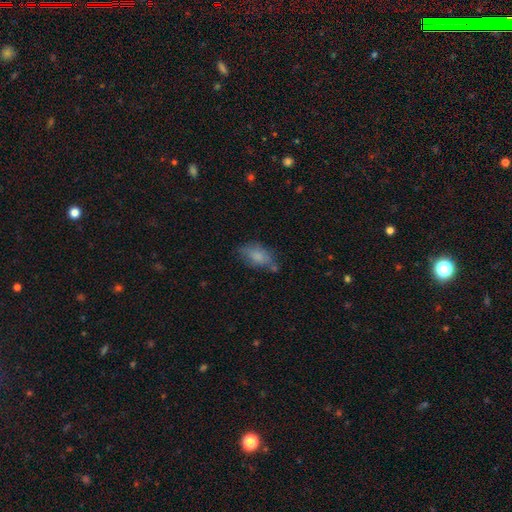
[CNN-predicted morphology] This appears to be a smooth galaxy with no disk features (72%) that is in between round and cigar-shaped (87%). Merging: none (58%).